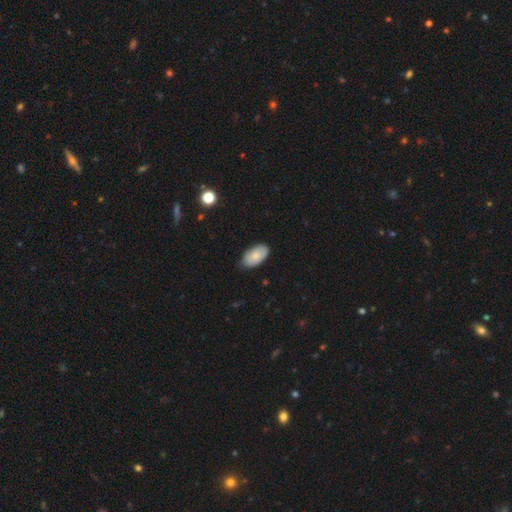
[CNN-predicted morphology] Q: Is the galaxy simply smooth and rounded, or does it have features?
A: smooth — 79%.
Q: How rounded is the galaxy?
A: in between — 95%.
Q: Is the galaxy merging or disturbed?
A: none — 78%.